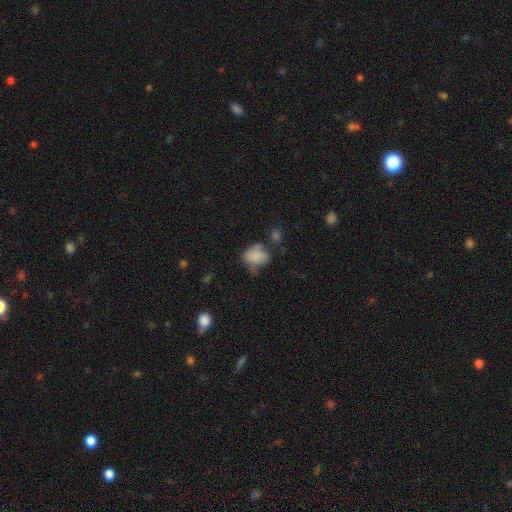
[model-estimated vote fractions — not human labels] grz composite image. It shows a smooth galaxy with no disk features (77%) that is in between round and cigar-shaped (62%). Merging: none (37%).